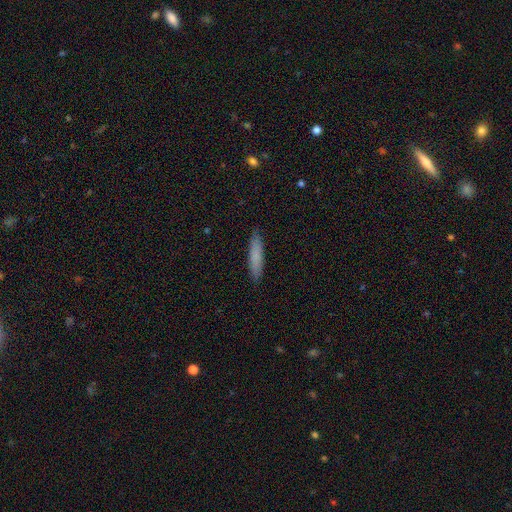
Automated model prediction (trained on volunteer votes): Q: Smooth or featured?
A: smooth (80%); runner-up: featured or disk (14%)
Q: How rounded?
A: cigar-shaped (85%); runner-up: in between (13%)
Q: Merging?
A: none (90%); runner-up: minor disturbance (8%)